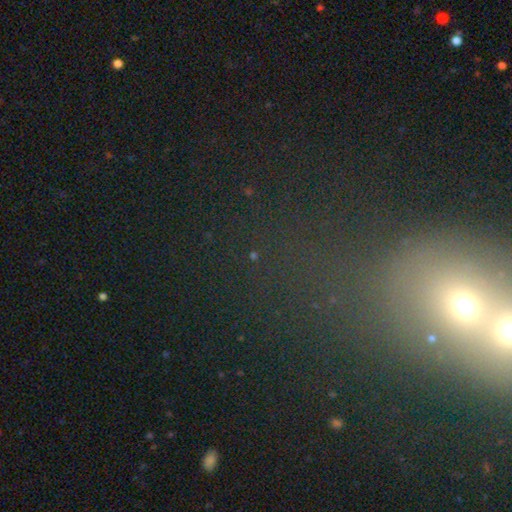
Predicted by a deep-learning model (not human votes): This is likely a star or artifact rather than a galaxy (73%).